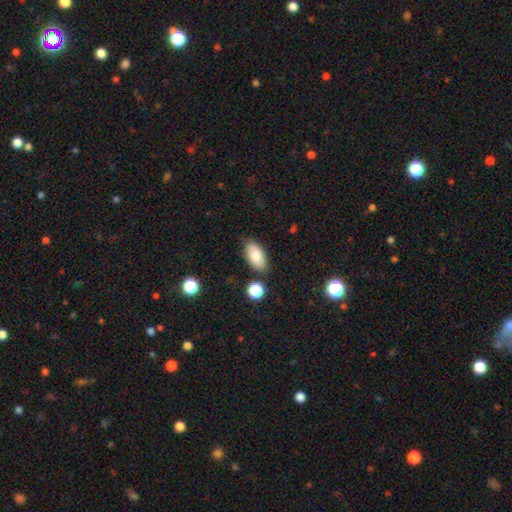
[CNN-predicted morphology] type=smooth (81%); roundness=in between (92%); merging=none (81%).